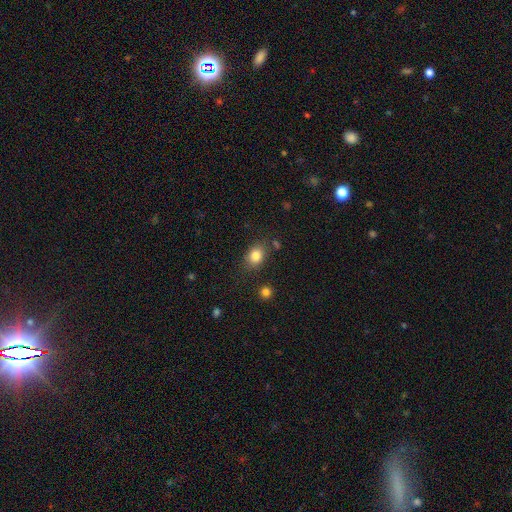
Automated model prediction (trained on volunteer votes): Morphology: type=smooth (83%); roundness=in between (55%); merging=none (77%).